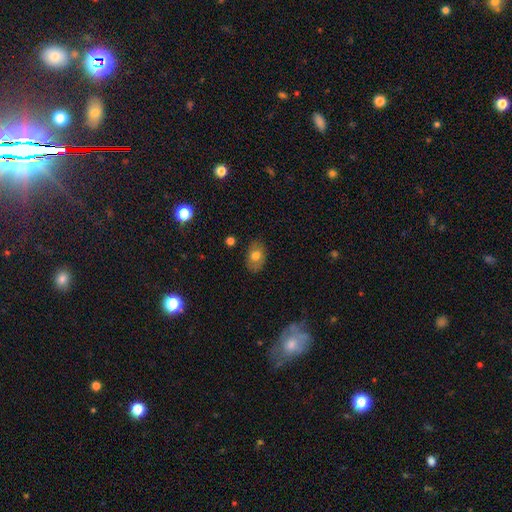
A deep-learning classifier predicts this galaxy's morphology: A smooth galaxy with no disk features (71%) that is in between round and cigar-shaped (82%).

Vote fractions:
- Smooth or featured? smooth: 71% / featured or disk: 21% / star or artifact: 8%
- How rounded? in between: 82% / round: 17% / cigar-shaped: 1%
- Merging? none: 83% / minor disturbance: 13% / major disturbance: 3% / merger: 1%